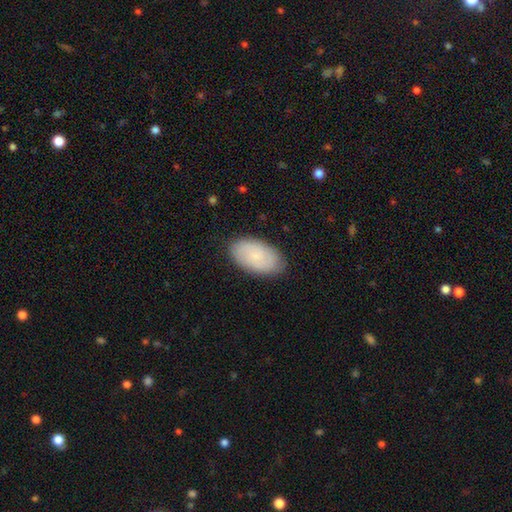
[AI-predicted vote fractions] smooth-or-featured: smooth: 66% | featured or disk: 27% | star or artifact: 7%
  how-rounded: in between: 95% | round: 4% | cigar-shaped: 2%
  merging: none: 84% | minor disturbance: 13% | major disturbance: 3% | merger: 1%